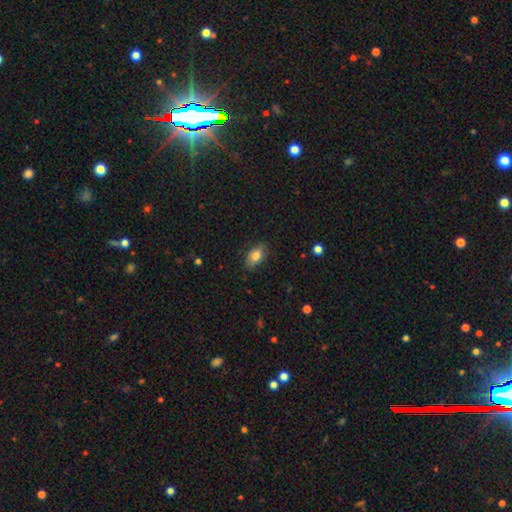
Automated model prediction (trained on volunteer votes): The model was most divided on "smooth or featured": smooth: 79%, featured or disk: 13%, star or artifact: 8%. More confident: how rounded — in between (88%); merging — none (83%).